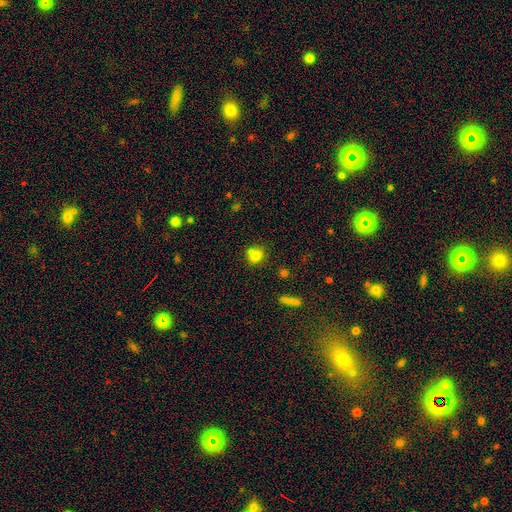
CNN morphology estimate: Overall: smooth (76%). How rounded: round (75%). Merging: none (62%; merger 24%).